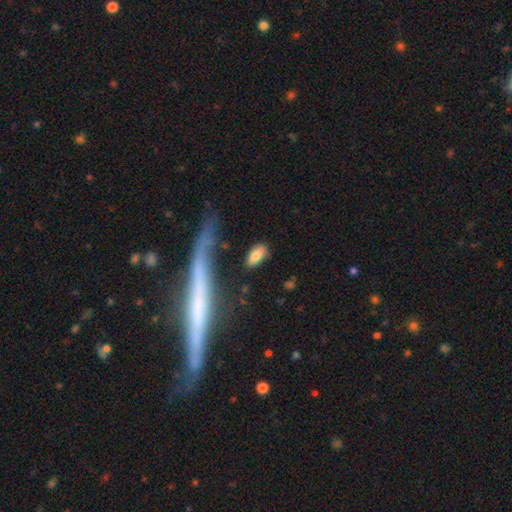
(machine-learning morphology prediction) The model was most divided on "smooth or featured": smooth: 78%, featured or disk: 15%, star or artifact: 7%. More confident: how rounded — in between (86%); merging — none (79%).